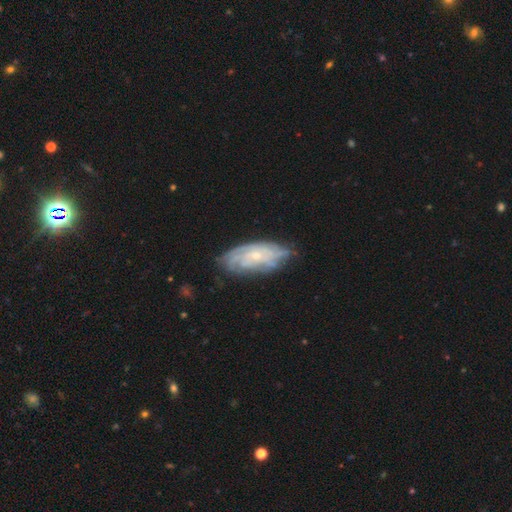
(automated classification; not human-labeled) A featured or disk galaxy (71%) with no bar (75%), tight (69%) spiral arms (84%) and a small central bulge (70%).

Vote fractions:
- Smooth or featured? featured or disk: 71% / smooth: 22% / star or artifact: 7%
- Edge-on disk? no: 90% / yes: 10%
- Bar? no: 75% / weak: 21% / strong: 4%
- Spiral arms? yes: 84% / no: 16%
- Spiral winding? tight: 69% / medium: 23% / loose: 7%
- Spiral arm count? can't tell: 59% / 2: 11% / 4: 10% / 3: 9% / more than 4: 7% / 1: 4%
- Bulge size? small: 70% / moderate: 24% / none: 3% / large: 1% / dominant: 1%
- Merging? none: 72% / minor disturbance: 21% / major disturbance: 6% / merger: 2%